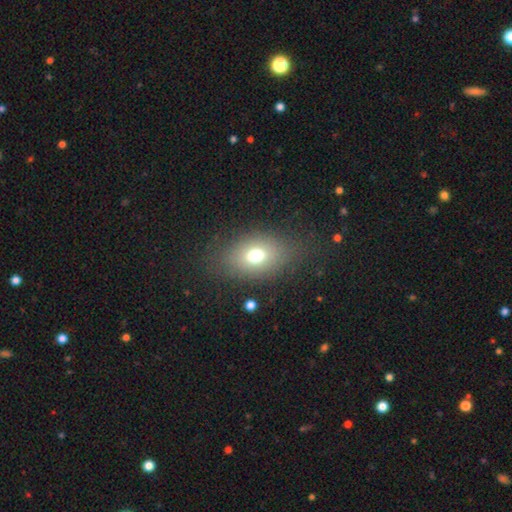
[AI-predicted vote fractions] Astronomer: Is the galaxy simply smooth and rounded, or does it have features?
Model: smooth — 69%.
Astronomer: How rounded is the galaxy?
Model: in between — 74%.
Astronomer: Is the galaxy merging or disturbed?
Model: none — 77%.